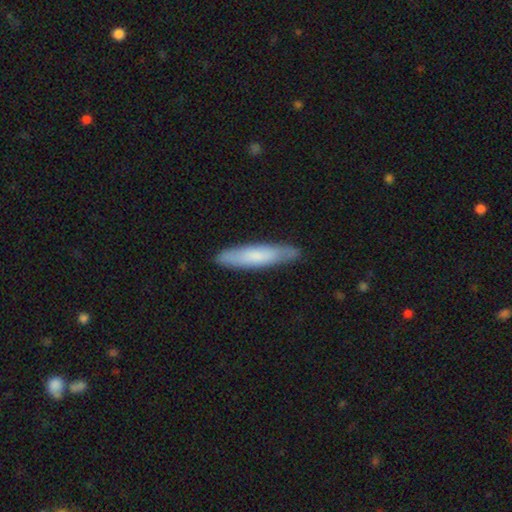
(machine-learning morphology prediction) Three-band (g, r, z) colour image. It shows a smooth galaxy with no disk features (70%) that is cigar-shaped (84%). Merging: none (84%).